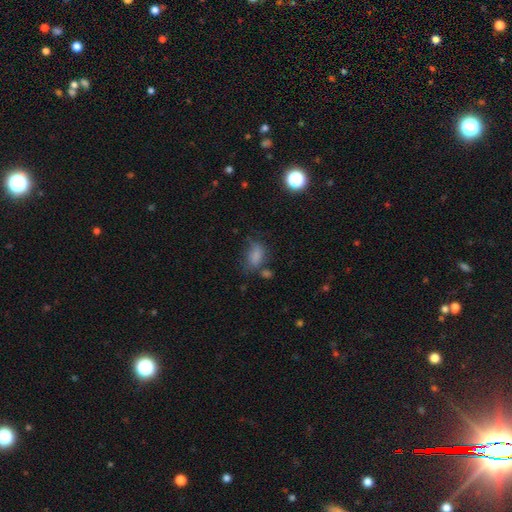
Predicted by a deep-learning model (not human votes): Overall: smooth (74%). How rounded: in between (83%). Merging: none (40%; minor disturbance 29%).